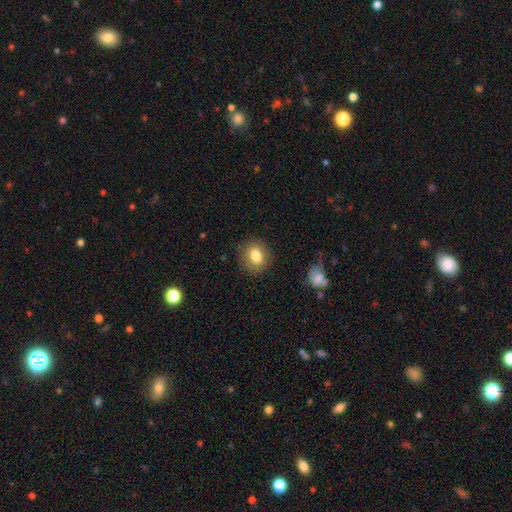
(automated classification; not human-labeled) smooth_or_featured: smooth (p=0.81) [alt: featured or disk p=0.10]
how_rounded: round (p=0.58) [alt: in between p=0.41]
merging: none (p=0.84) [alt: minor disturbance p=0.11]